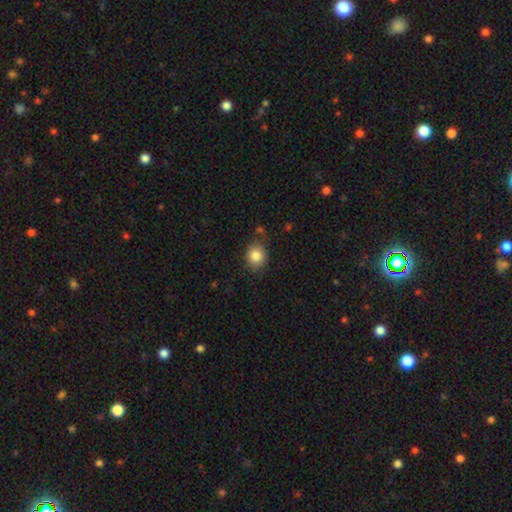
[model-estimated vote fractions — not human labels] Smooth or featured?
  - smooth: 85% *
  - star or artifact: 9%
  - featured or disk: 6%
How rounded?
  - round: 69% *
  - in between: 30%
  - cigar-shaped: 1%
Merging?
  - none: 80% *
  - minor disturbance: 14%
  - major disturbance: 4%
  - merger: 3%